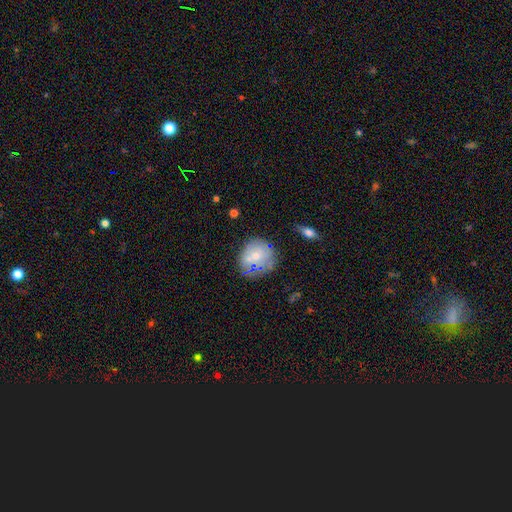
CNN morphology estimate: Overall: smooth (63%; featured or disk 26%). How rounded: round (84%). Merging: none (61%).